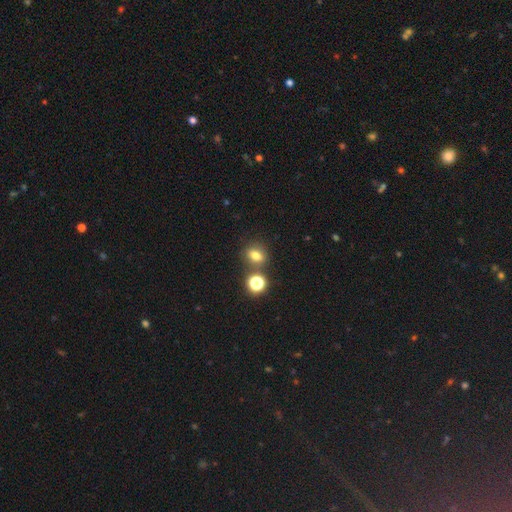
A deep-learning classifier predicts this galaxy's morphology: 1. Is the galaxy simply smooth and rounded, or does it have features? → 75% smooth, 17% star or artifact, 9% featured or disk.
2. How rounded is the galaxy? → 53% in between, 45% round, 2% cigar-shaped.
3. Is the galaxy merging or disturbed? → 71% none, 14% merger, 11% minor disturbance, 4% major disturbance.